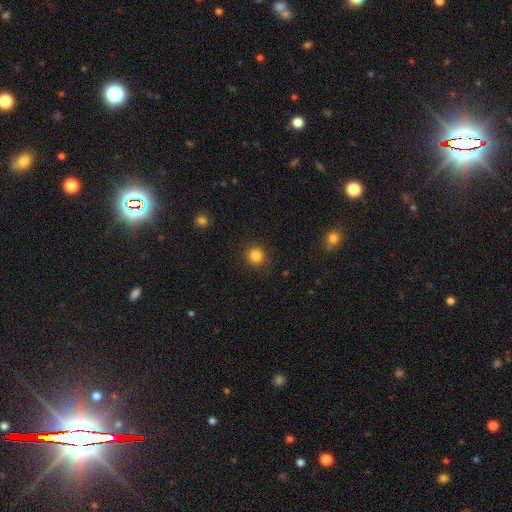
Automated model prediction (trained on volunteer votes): A smooth galaxy with no disk features (84%) that is round (92%). Merging: none (89%).